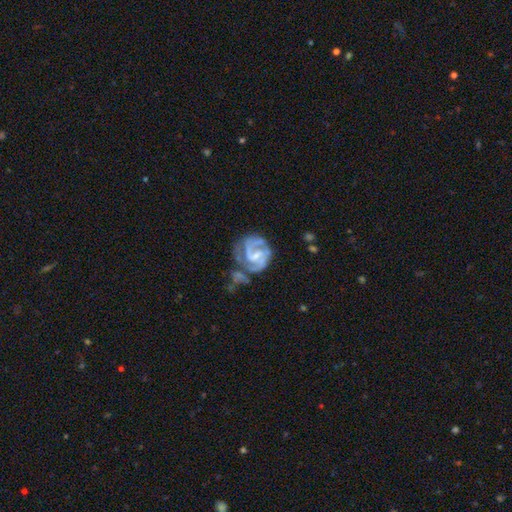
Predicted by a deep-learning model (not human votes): Smooth or featured? Predicted: featured or disk (p=0.85). Edge-on disk? Predicted: no (p=0.98). Bar? Predicted: weak (p=0.53). Spiral arms? Predicted: yes (p=0.92). Spiral winding? Predicted: medium (p=0.48). Spiral arm count? Predicted: 2 (p=0.62). Bulge size? Predicted: small (p=0.50). Merging? Predicted: none (p=0.39).